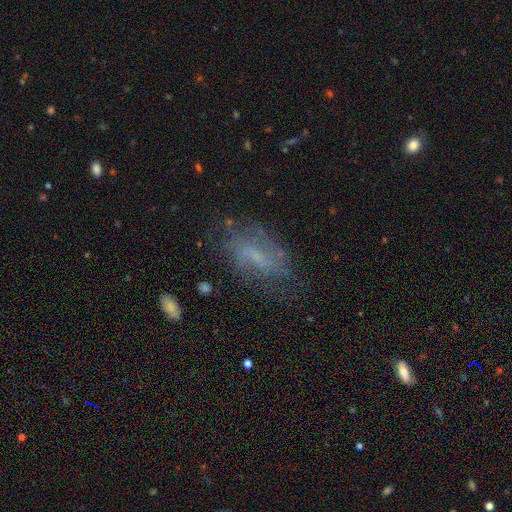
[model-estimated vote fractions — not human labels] Smooth or featured: featured or disk — 57% (smooth — 29%)
Edge-on disk: no — 91% (yes — 9%)
Bar: weak — 47% (no — 36%)
Spiral arms: yes — 73% (no — 27%)
Bulge size: small — 46% (none — 32%)
Merging: none — 64% (minor disturbance — 21%)